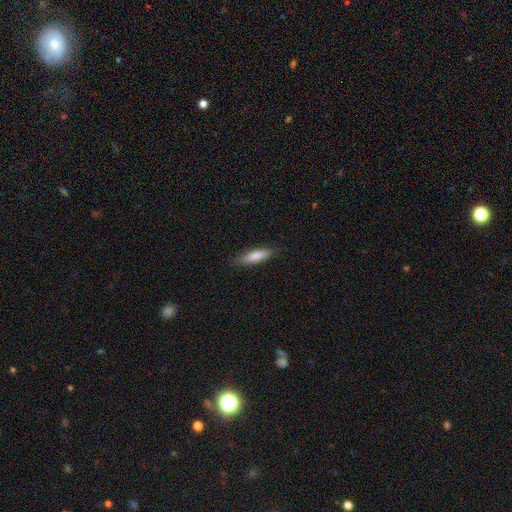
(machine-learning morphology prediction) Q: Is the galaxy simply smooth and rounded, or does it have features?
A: smooth — 77%.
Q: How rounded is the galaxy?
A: cigar-shaped — 67%.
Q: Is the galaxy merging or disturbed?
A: none — 87%.